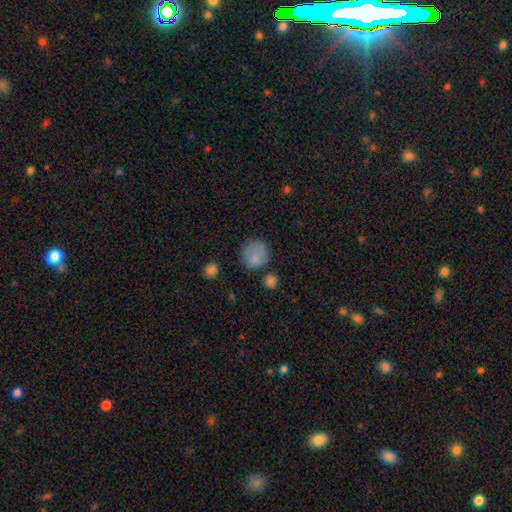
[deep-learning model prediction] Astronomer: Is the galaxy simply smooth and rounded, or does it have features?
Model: smooth — 82%.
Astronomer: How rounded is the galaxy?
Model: round — 87%.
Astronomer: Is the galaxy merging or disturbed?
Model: none — 71%.